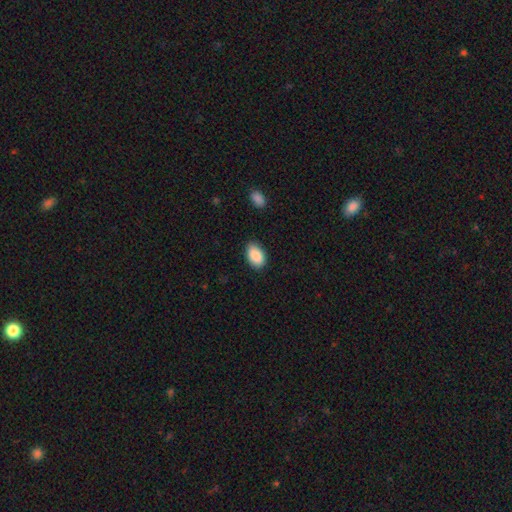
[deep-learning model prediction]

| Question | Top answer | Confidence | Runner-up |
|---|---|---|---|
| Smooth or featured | smooth | 90% | star or artifact (7%) |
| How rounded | in between | 91% | round (8%) |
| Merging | none | 85% | minor disturbance (11%) |